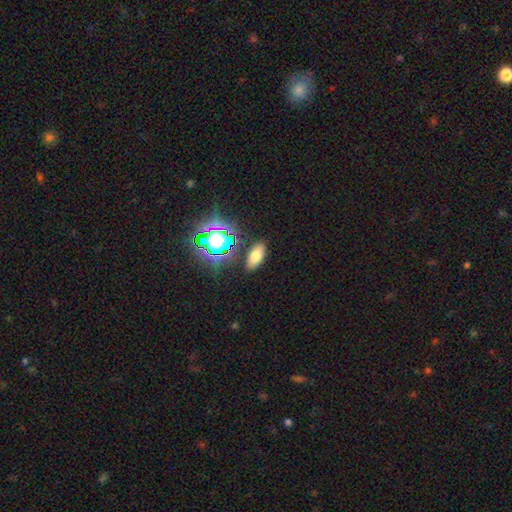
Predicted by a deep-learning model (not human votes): Q: Smooth or featured?
A: smooth (65%); runner-up: star or artifact (22%)
Q: How rounded?
A: in between (86%); runner-up: cigar-shaped (8%)
Q: Merging?
A: none (86%); runner-up: minor disturbance (8%)